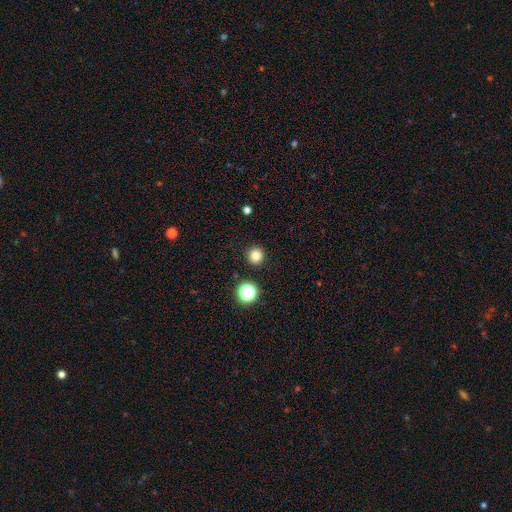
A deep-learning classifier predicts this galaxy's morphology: smooth 80%, star or artifact 14%, featured or disk 6%. Down the decision tree: how rounded — round (95%); merging — none (92%).